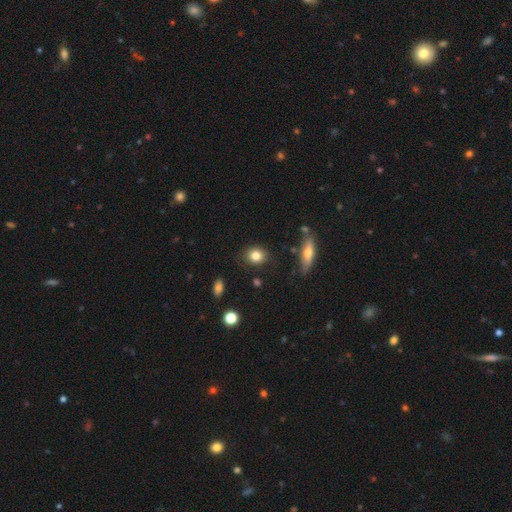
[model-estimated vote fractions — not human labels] Smooth or featured: smooth — 83% (star or artifact — 9%)
How rounded: round — 67% (in between — 31%)
Merging: none — 85% (minor disturbance — 10%)